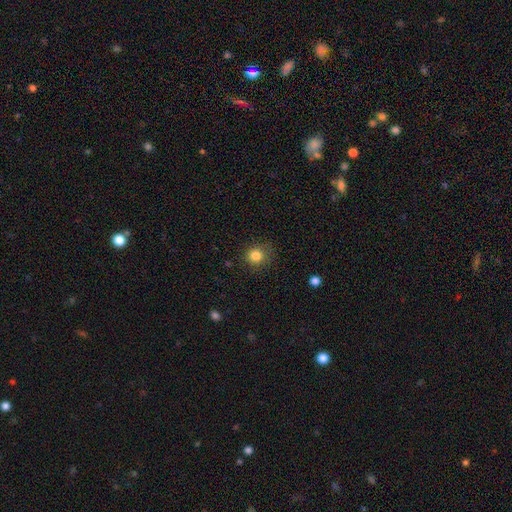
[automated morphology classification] smooth 83%, star or artifact 11%, featured or disk 5%. Down the decision tree: how rounded — round (87%); merging — none (81%).